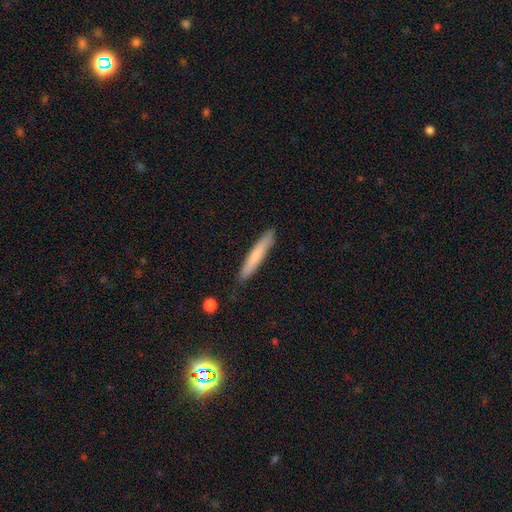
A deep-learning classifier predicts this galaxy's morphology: smooth-or-featured: smooth: 72% | featured or disk: 22% | star or artifact: 6%
  how-rounded: cigar-shaped: 94% | in between: 5% | round: 1%
  merging: none: 86% | minor disturbance: 11% | major disturbance: 2% | merger: 2%